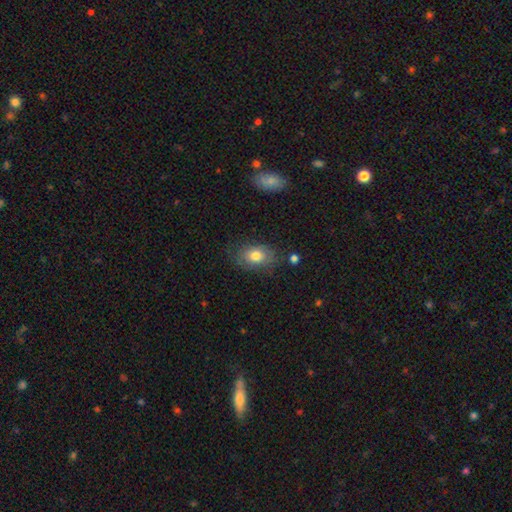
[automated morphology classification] Smooth or featured? Predicted: smooth (p=0.76). How rounded? Predicted: in between (p=0.81). Merging? Predicted: none (p=0.72).